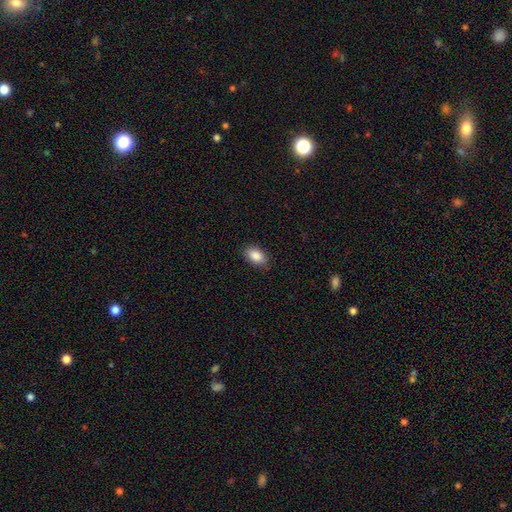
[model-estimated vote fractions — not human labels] A smooth galaxy with no disk features (88%) that is in between round and cigar-shaped (91%).

Vote fractions:
- Smooth or featured? smooth: 88% / star or artifact: 7% / featured or disk: 5%
- How rounded? in between: 91% / round: 7% / cigar-shaped: 2%
- Merging? none: 85% / minor disturbance: 11% / major disturbance: 2% / merger: 1%